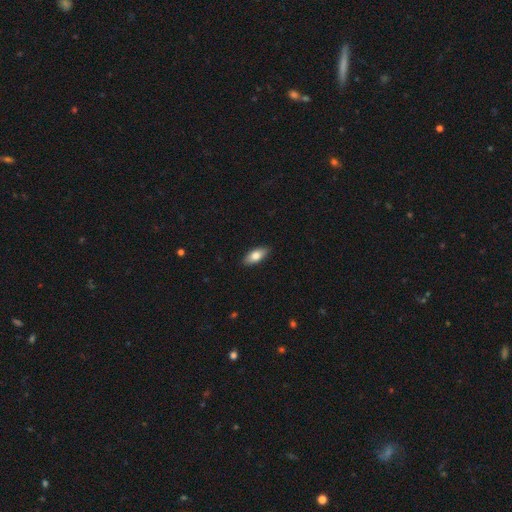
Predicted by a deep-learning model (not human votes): A smooth galaxy with no disk features (79%) that is in between round and cigar-shaped (84%). Merging: none (89%).